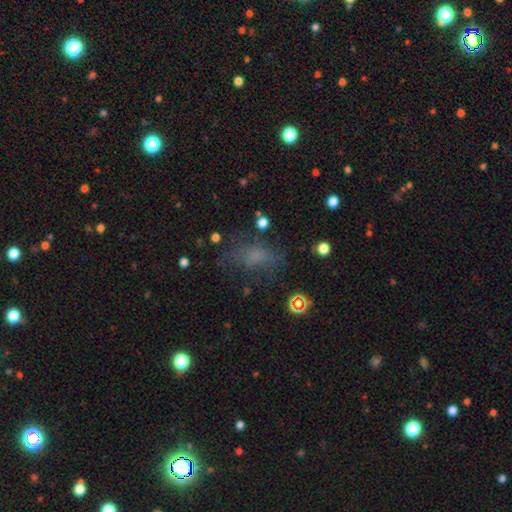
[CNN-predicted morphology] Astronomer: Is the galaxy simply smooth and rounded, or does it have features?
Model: smooth — 56%.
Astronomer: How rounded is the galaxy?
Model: in between — 76%.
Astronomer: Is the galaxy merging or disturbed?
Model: none — 56%.